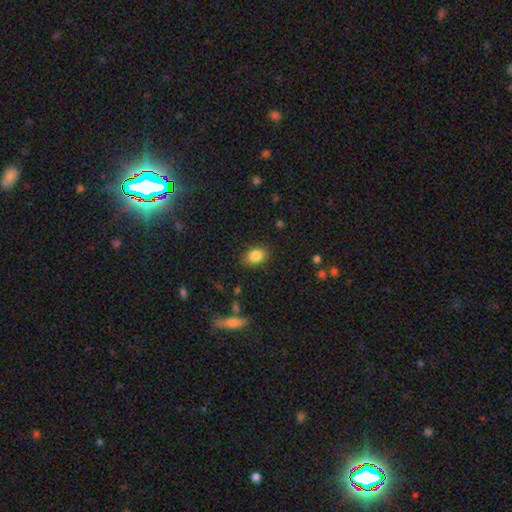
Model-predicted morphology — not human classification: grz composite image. It shows a smooth galaxy with no disk features (84%) that is in between round and cigar-shaped (68%). Merging: none (86%).